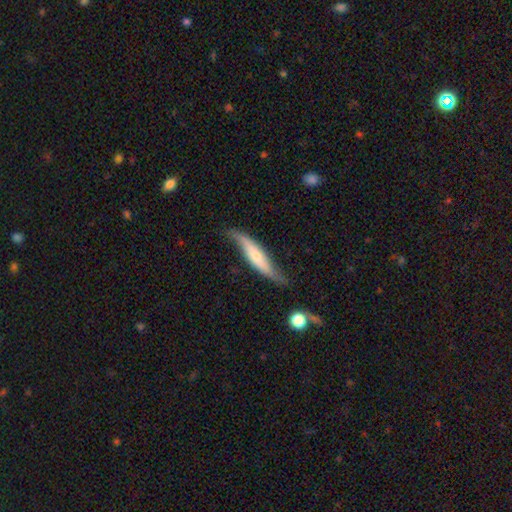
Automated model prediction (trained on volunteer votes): Morphology: type=featured or disk (67%); edge-on=no (53%); merging=none (63%).